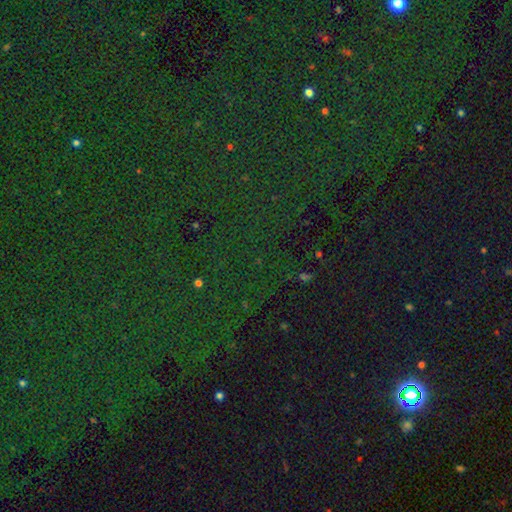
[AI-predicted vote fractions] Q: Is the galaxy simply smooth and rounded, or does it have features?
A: star or artifact — 83%.